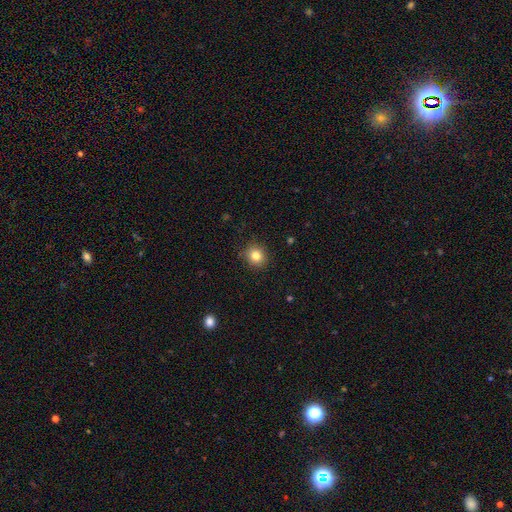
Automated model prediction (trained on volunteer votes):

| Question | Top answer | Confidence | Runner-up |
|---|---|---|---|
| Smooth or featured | smooth | 82% | star or artifact (11%) |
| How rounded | round | 84% | in between (15%) |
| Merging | none | 88% | minor disturbance (8%) |